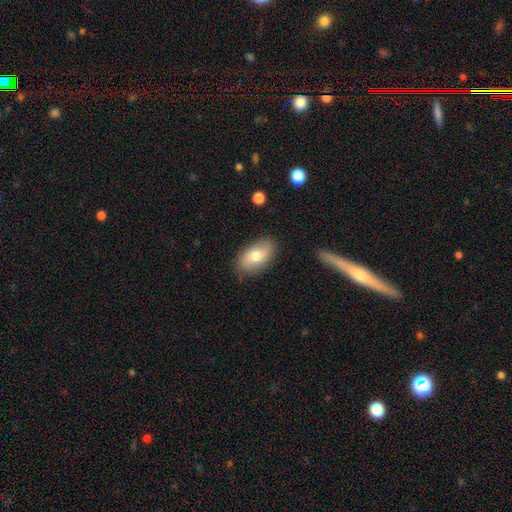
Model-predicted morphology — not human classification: Q: Smooth or featured?
A: smooth (69%); runner-up: featured or disk (24%)
Q: How rounded?
A: in between (93%); runner-up: round (5%)
Q: Merging?
A: none (83%); runner-up: minor disturbance (13%)